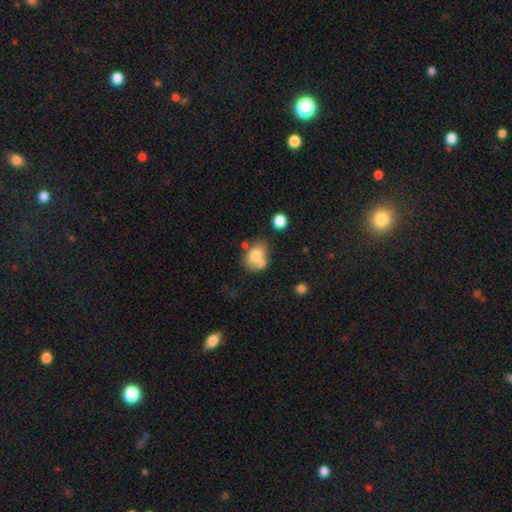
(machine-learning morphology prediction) The model was most divided on "merging": none: 40%, merger: 36%, minor disturbance: 17%, major disturbance: 7%. More confident: smooth or featured — smooth (71%); how rounded — in between (58%).